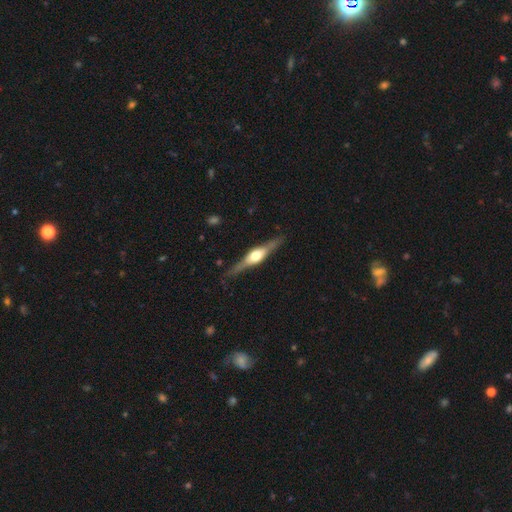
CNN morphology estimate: smooth_or_featured: featured or disk (p=0.77) [alt: smooth p=0.18]
disk_edge_on: yes (p=0.97) [alt: no p=0.03]
edge_on_bulge: rounded (p=0.89) [alt: boxy p=0.10]
merging: none (p=0.84) [alt: minor disturbance p=0.11]